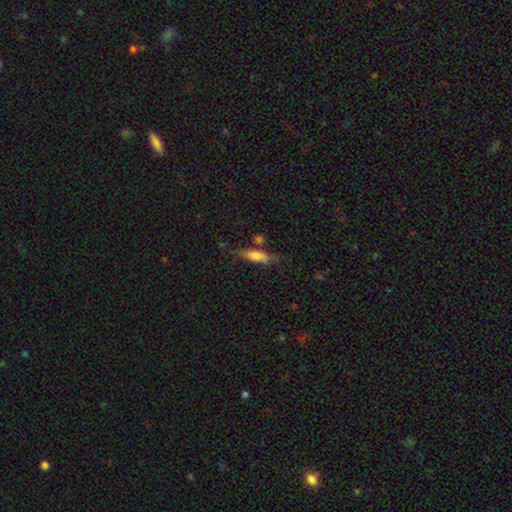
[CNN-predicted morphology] The model was most divided on "how rounded": cigar-shaped: 62%, in between: 35%, round: 3%. More confident: smooth or featured — smooth (69%); merging — none (56%).